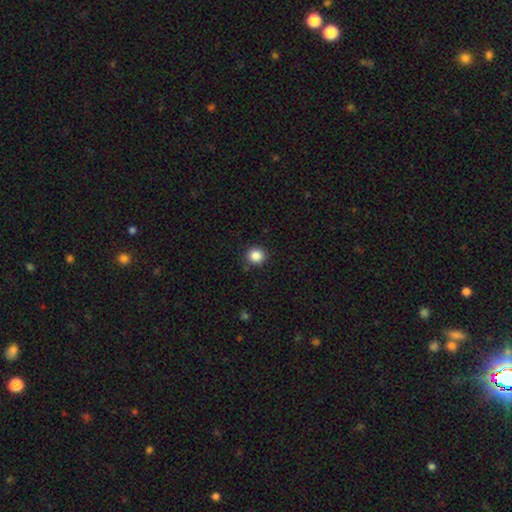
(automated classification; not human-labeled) smooth 86%, star or artifact 10%, featured or disk 3%. Down the decision tree: how rounded — round (88%); merging — none (88%).